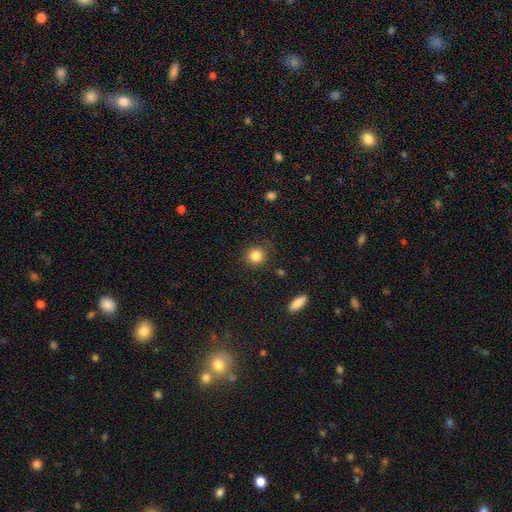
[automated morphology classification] Smooth or featured? Predicted: smooth (p=0.85). How rounded? Predicted: round (p=0.89). Merging? Predicted: none (p=0.82).